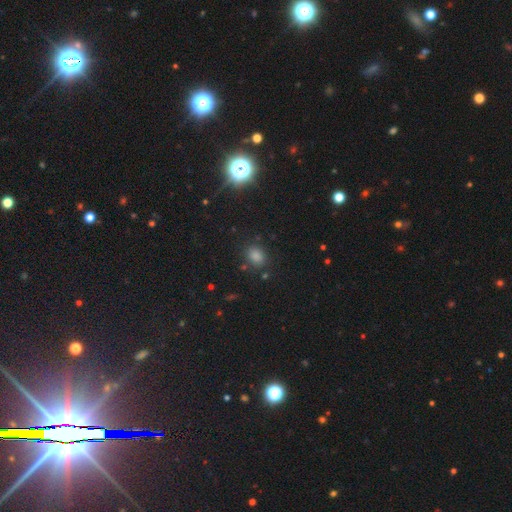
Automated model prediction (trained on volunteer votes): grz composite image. It shows a smooth galaxy with no disk features (68%) that is round (57%). Merging: none (84%).